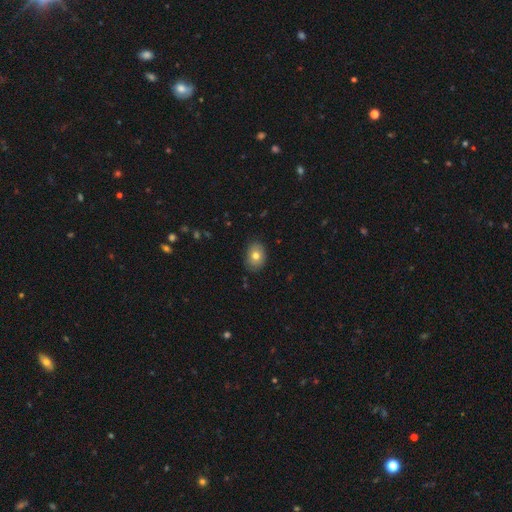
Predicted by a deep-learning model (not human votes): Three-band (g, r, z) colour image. It shows a smooth galaxy with no disk features (75%) that is in between round and cigar-shaped (69%). Merging: none (85%).